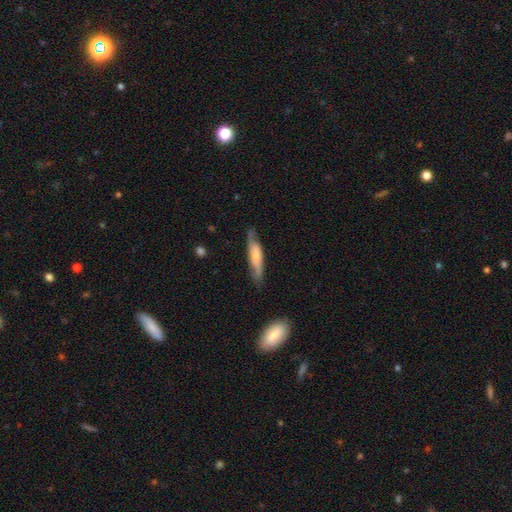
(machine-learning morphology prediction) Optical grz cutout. It shows a smooth galaxy with no disk features (51%) that is cigar-shaped (77%). Merging: none (74%).